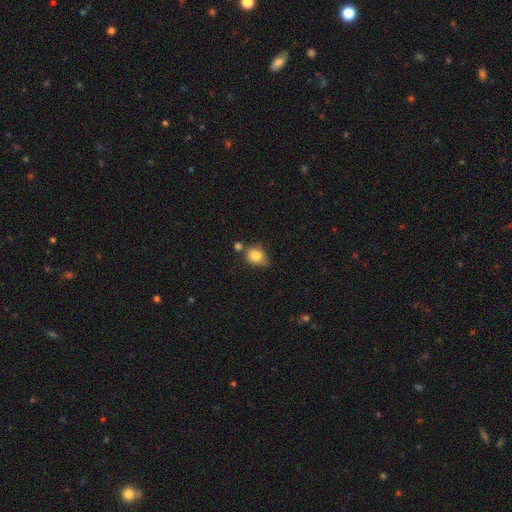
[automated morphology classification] type=smooth (80%); roundness=round (55%); merging=none (52%).